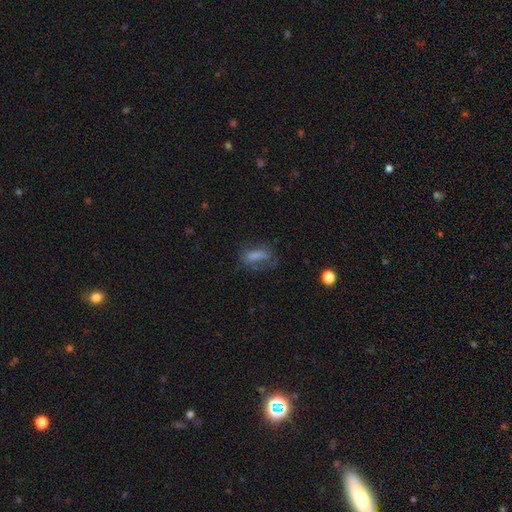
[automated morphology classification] smooth_or_featured: smooth (p=0.61) [alt: featured or disk p=0.26]
how_rounded: in between (p=0.67) [alt: cigar-shaped p=0.26]
merging: none (p=0.44) [alt: major disturbance p=0.29]